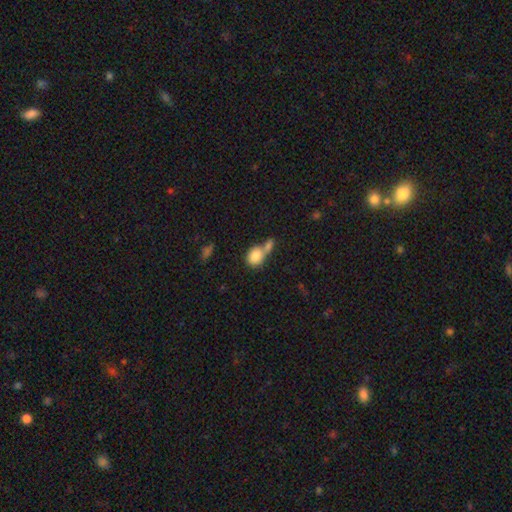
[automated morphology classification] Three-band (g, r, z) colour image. It shows a smooth galaxy with no disk features (82%) that is round (53%). Merging: merger (52%).